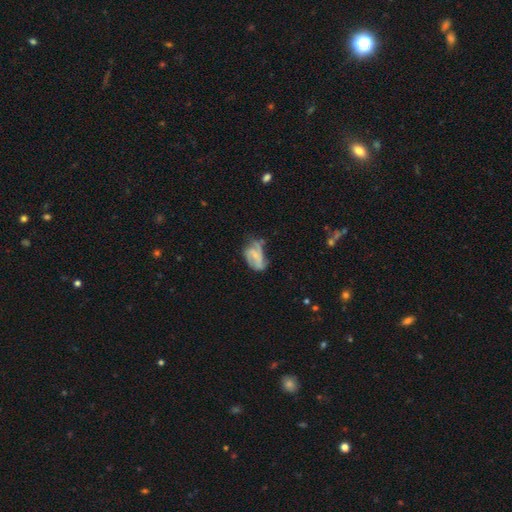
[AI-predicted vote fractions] Smooth or featured? featured or disk (56%)
Edge-on disk? no (96%)
Bar? no (50%)
Spiral arms? yes (66%)
Bulge size? none (44%)
Merging? major disturbance (31%, tied with minor disturbance)